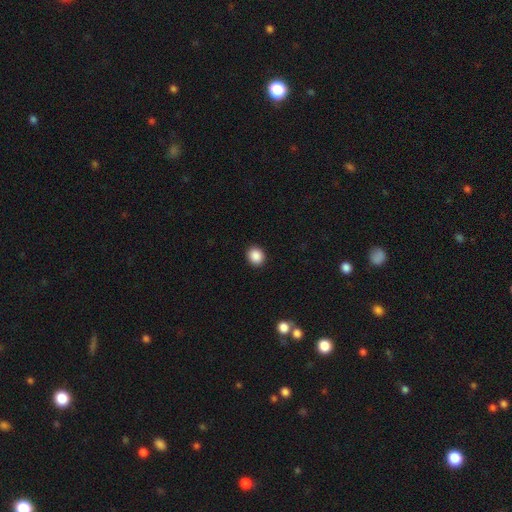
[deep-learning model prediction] This appears to be a smooth galaxy with no disk features (89%) that is round (72%). Merging: none (92%).